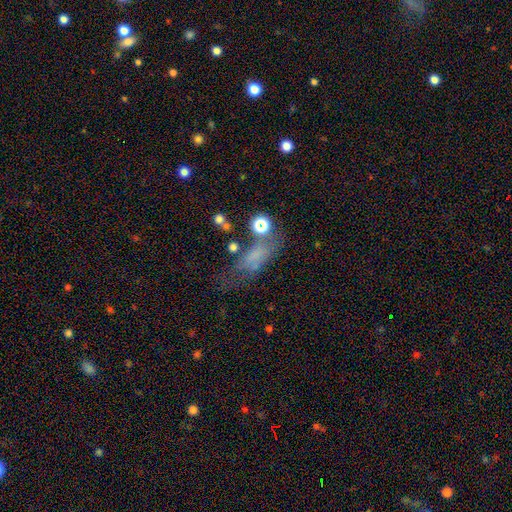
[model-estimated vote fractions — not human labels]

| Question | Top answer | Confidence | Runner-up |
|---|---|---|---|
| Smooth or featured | smooth | 50% | featured or disk (31%) |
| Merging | none | 38% | major disturbance (28%) |